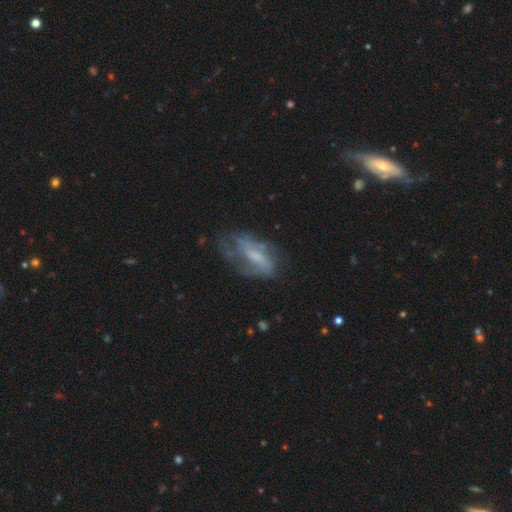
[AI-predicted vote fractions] A featured or disk galaxy (62%) with no bar (40%, tied with weak), spiral arms (68%) and a small central bulge (38%). Merging: none (46%).